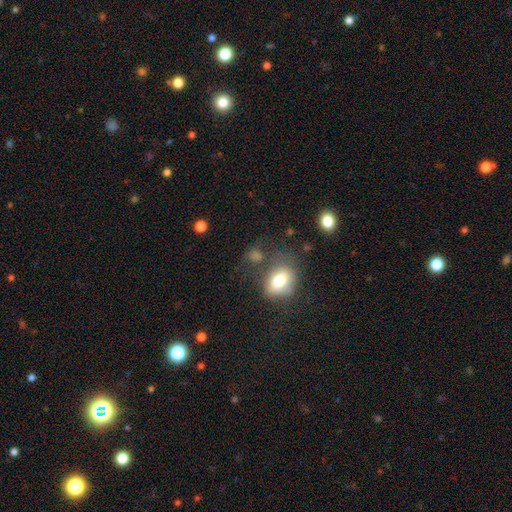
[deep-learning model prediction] Overall: smooth (72%). How rounded: in between (63%; round 34%). Merging: none (55%; minor disturbance 22%).